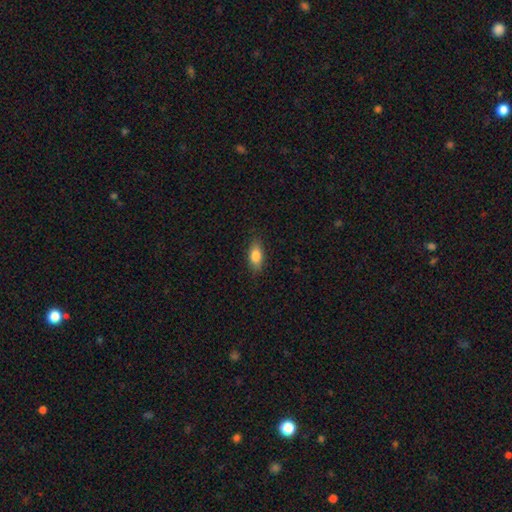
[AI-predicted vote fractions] Morphology: type=smooth (81%); roundness=in between (84%); merging=none (86%).